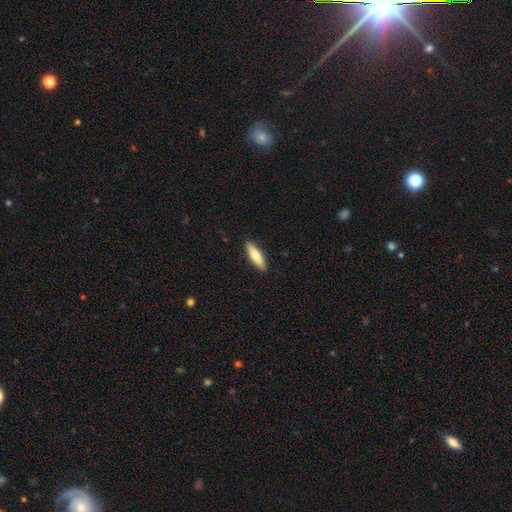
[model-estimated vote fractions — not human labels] Smooth or featured: smooth — 70% (featured or disk — 24%)
How rounded: cigar-shaped — 61% (in between — 37%)
Merging: none — 90% (minor disturbance — 7%)